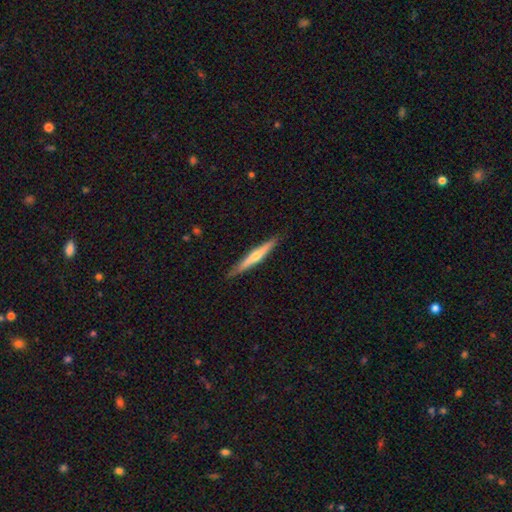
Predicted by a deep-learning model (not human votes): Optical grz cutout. It shows a featured or disk galaxy (59%) viewed edge-on (96%) with a rounded central bulge (78%). Merging: none (88%).